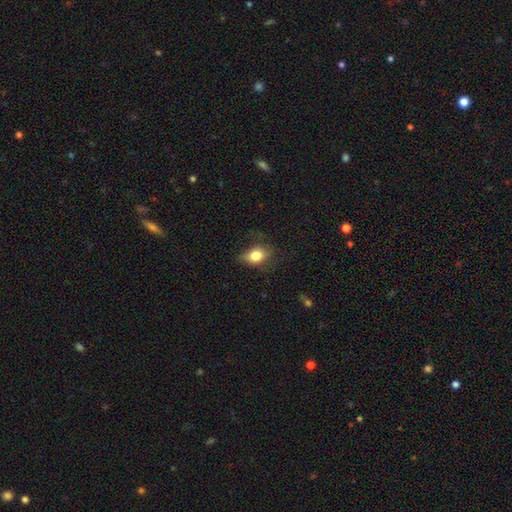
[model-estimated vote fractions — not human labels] This appears to be a smooth galaxy with no disk features (79%) that is in between round and cigar-shaped (71%). Merging: none (56%).